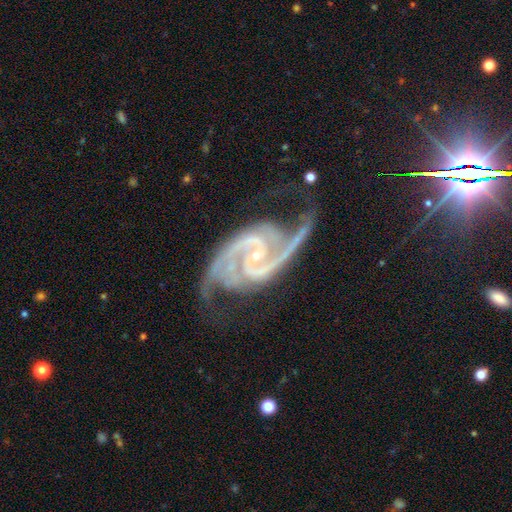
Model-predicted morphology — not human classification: Smooth or featured? Predicted: featured or disk (p=0.94). Edge-on disk? Predicted: no (p=0.98). Bar? Predicted: no (p=0.39). Spiral arms? Predicted: yes (p=0.99). Spiral winding? Predicted: medium (p=0.59). Spiral arm count? Predicted: 2 (p=0.83). Bulge size? Predicted: small (p=0.81). Merging? Predicted: none (p=0.59).